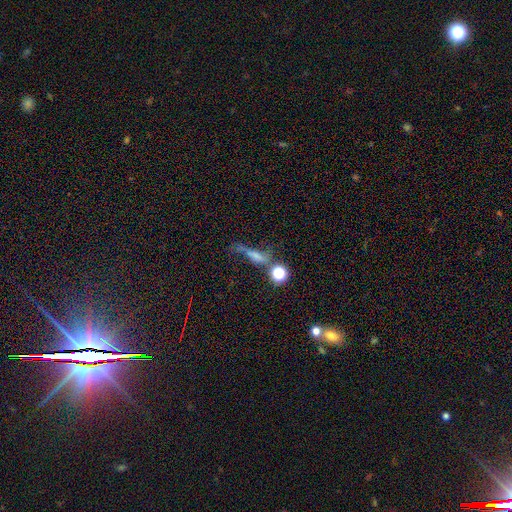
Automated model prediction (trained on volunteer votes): Q: Smooth or featured?
A: smooth (39%); runner-up: featured or disk (33%)
Q: Merging?
A: none (41%); runner-up: major disturbance (24%)